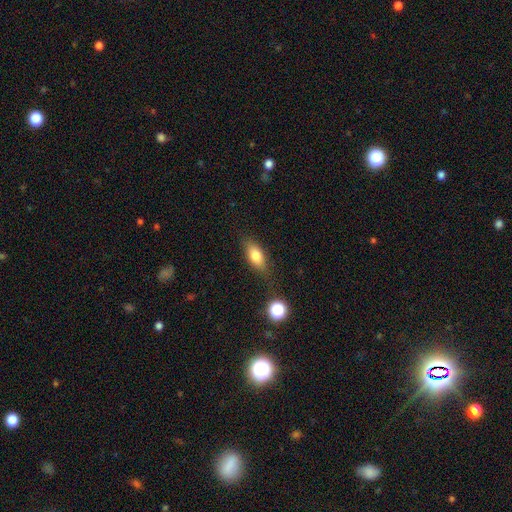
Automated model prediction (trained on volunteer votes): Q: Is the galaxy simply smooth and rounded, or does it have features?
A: smooth — 76%.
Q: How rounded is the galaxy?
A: in between — 79%.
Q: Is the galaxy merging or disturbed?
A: none — 76%.